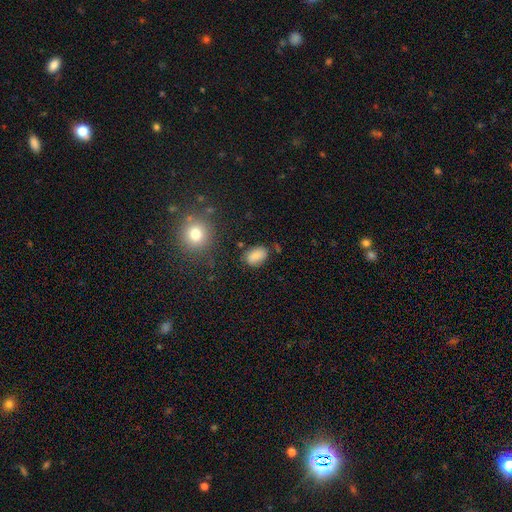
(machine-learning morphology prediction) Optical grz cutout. It shows a smooth galaxy with no disk features (83%) that is in between round and cigar-shaped (88%). Merging: none (75%).